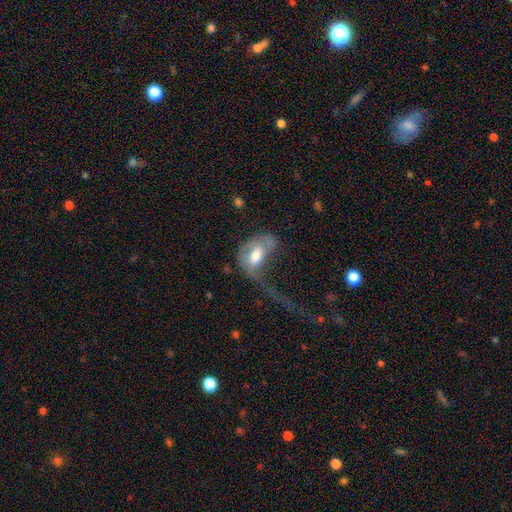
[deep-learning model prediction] Morphology: type=smooth (52%); roundness=in between (87%); merging=major disturbance (65%).